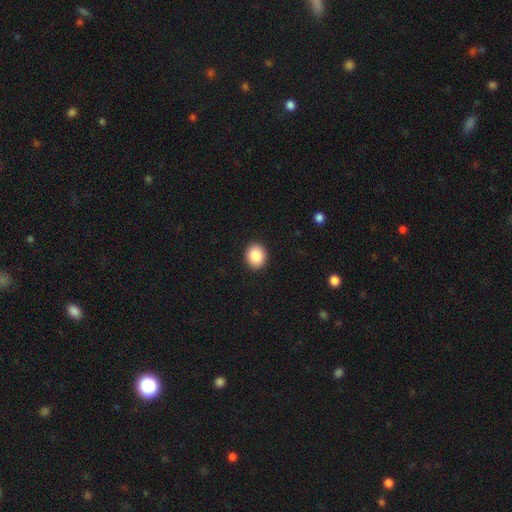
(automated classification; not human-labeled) Q: Smooth or featured?
A: smooth (87%); runner-up: star or artifact (8%)
Q: How rounded?
A: round (65%); runner-up: in between (34%)
Q: Merging?
A: none (92%); runner-up: minor disturbance (5%)